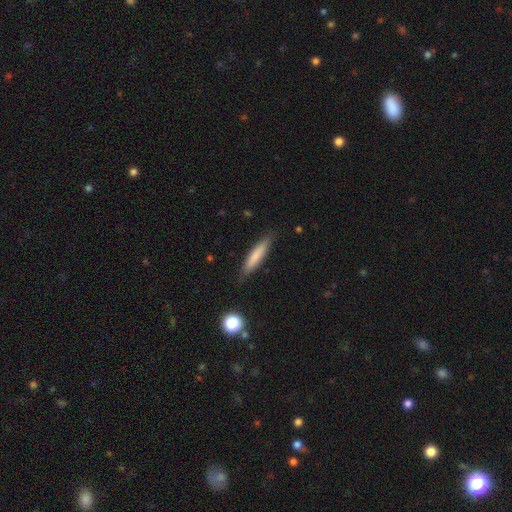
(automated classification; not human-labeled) A smooth galaxy with no disk features (74%) that is cigar-shaped (85%).

Vote fractions:
- Smooth or featured? smooth: 74% / featured or disk: 20% / star or artifact: 7%
- How rounded? cigar-shaped: 85% / in between: 13% / round: 1%
- Merging? none: 84% / minor disturbance: 12% / major disturbance: 2% / merger: 1%